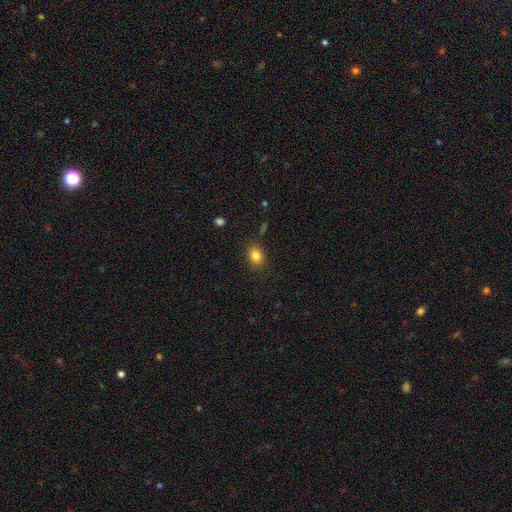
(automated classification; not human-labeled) The model was most divided on "how rounded": in between: 54%, round: 45%, cigar-shaped: 1%. More confident: merging — none (86%); smooth or featured — smooth (83%).